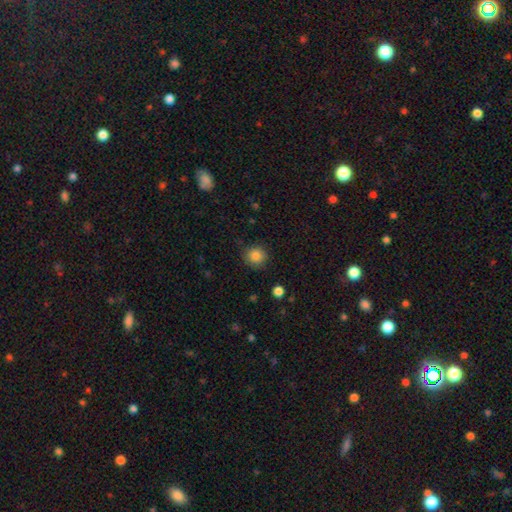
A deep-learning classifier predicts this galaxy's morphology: The model was most divided on "merging": none: 84%, minor disturbance: 12%, major disturbance: 3%, merger: 1%. More confident: how rounded — round (91%); smooth or featured — smooth (85%).